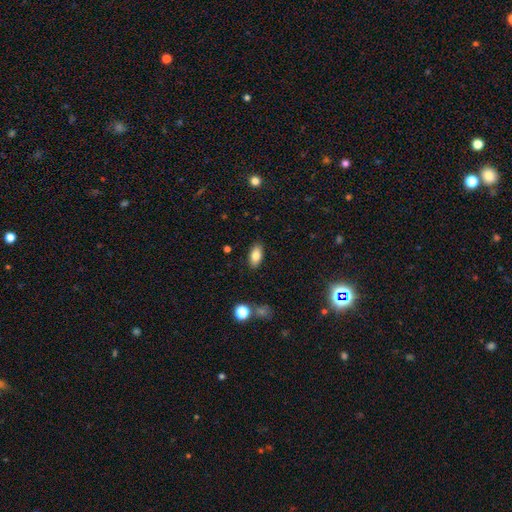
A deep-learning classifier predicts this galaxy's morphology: This is clearly a smooth galaxy (81%). How rounded: clearly in between (90%). Merging: clearly none (88%).